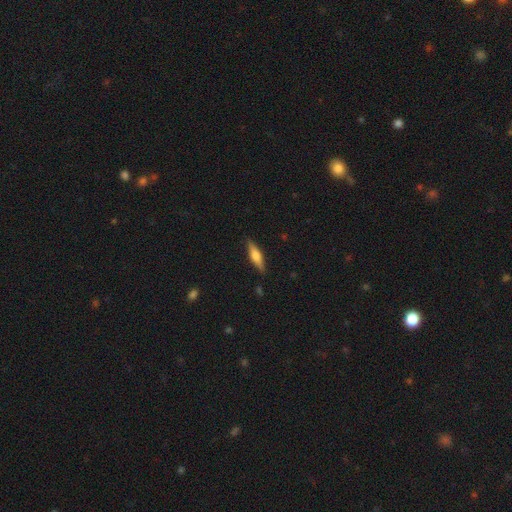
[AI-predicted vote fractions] Overall: smooth (50%; featured or disk 44%). Merging: none (86%).